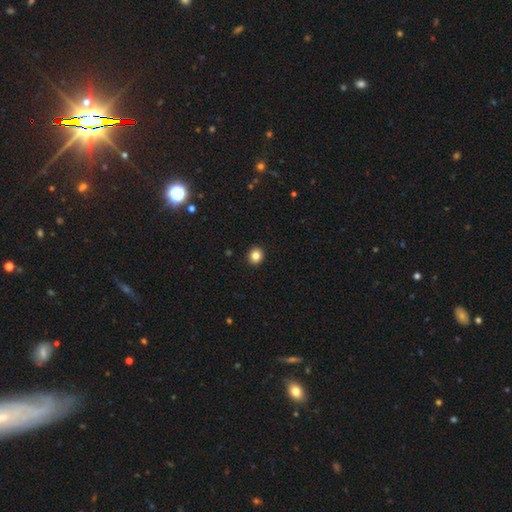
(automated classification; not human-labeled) Morphology: type=smooth (84%); roundness=round (83%); merging=none (93%).